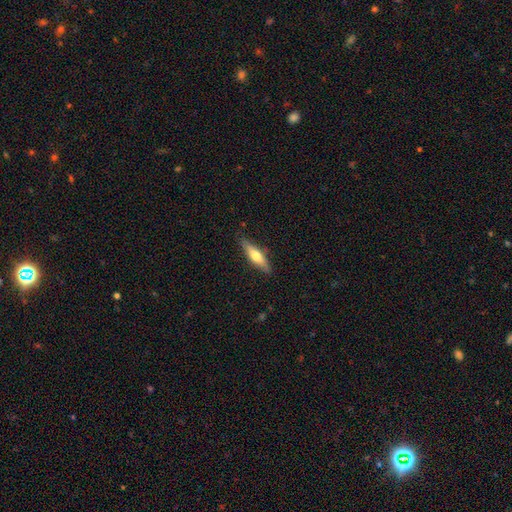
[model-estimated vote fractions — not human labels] This appears to be a smooth galaxy with no disk features (56%) that is cigar-shaped (69%). Merging: none (85%).